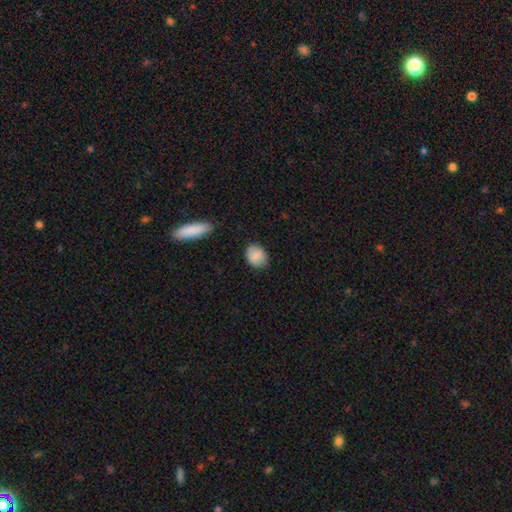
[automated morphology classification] This appears to be a smooth galaxy with no disk features (87%) that is in between round and cigar-shaped (52%). Merging: none (82%).